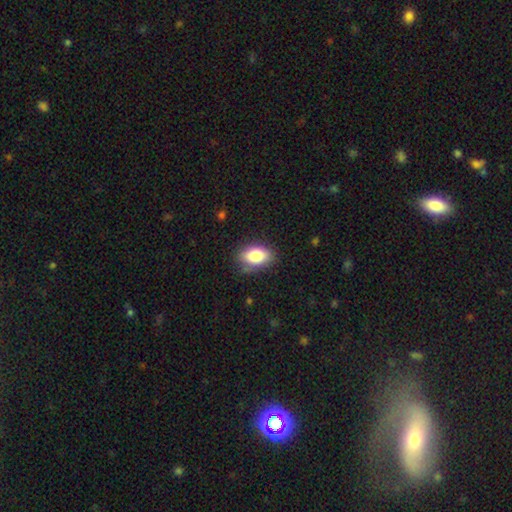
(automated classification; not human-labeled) This is clearly a smooth galaxy (82%). How rounded: clearly in between (87%). Merging: likely none (76%).